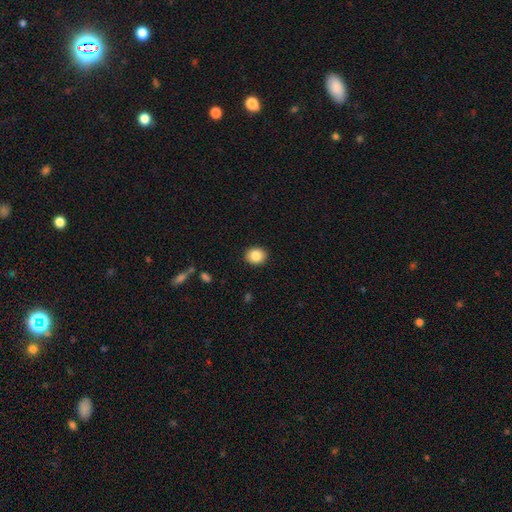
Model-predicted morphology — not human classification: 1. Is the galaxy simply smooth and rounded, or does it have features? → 85% smooth, 9% star or artifact, 6% featured or disk.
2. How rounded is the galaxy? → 74% round, 25% in between, 1% cigar-shaped.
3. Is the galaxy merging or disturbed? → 91% none, 6% minor disturbance, 2% major disturbance, 1% merger.